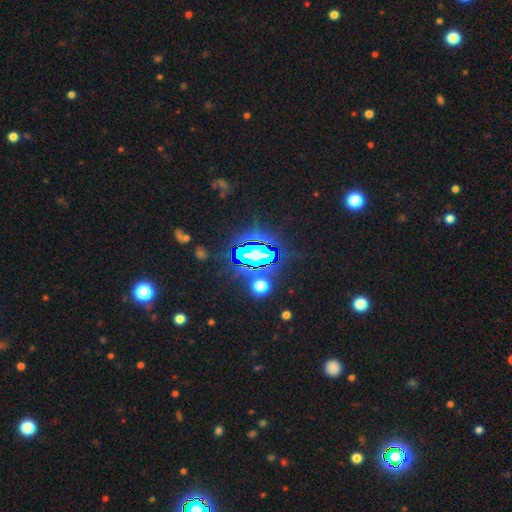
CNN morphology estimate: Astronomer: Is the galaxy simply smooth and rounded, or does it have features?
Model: star or artifact — 80%.